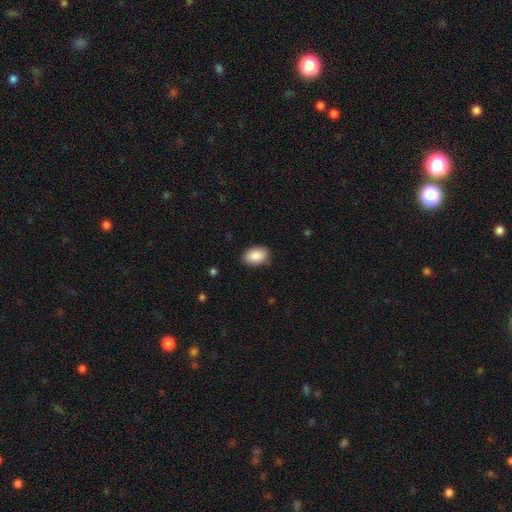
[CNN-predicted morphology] smooth_or_featured: smooth (p=0.88) [alt: star or artifact p=0.07]
how_rounded: in between (p=0.84) [alt: round p=0.15]
merging: none (p=0.86) [alt: minor disturbance p=0.11]